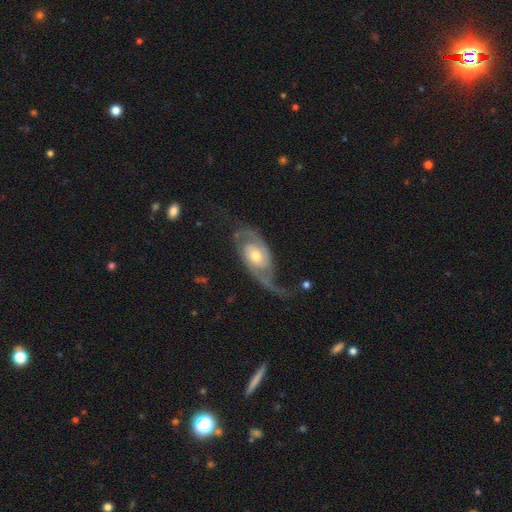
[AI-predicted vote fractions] Morphology: type=featured or disk (86%); edge-on=no (95%); bar=no (67%); spiral arms=yes (95%); winding=loose (39%); arm count=2 (84%); bulge=moderate (61%); merging=none (54%).